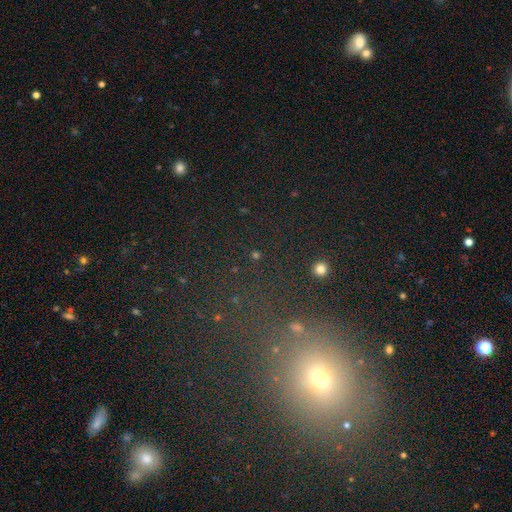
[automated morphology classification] The model was most divided on "smooth or featured": star or artifact: 58%, smooth: 31%, featured or disk: 11%.